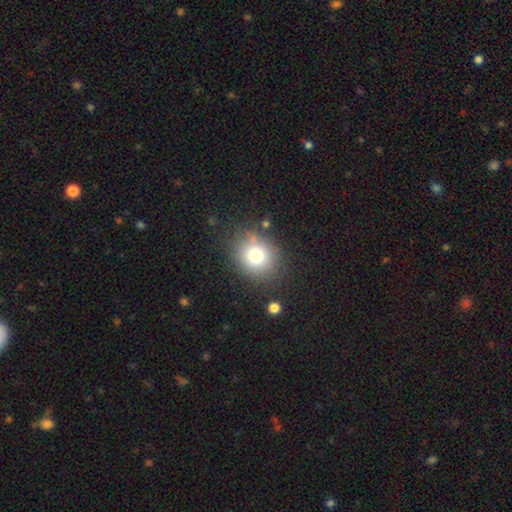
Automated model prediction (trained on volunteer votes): Smooth or featured: smooth — 75% (star or artifact — 13%)
How rounded: round — 73% (in between — 26%)
Merging: none — 81% (minor disturbance — 11%)